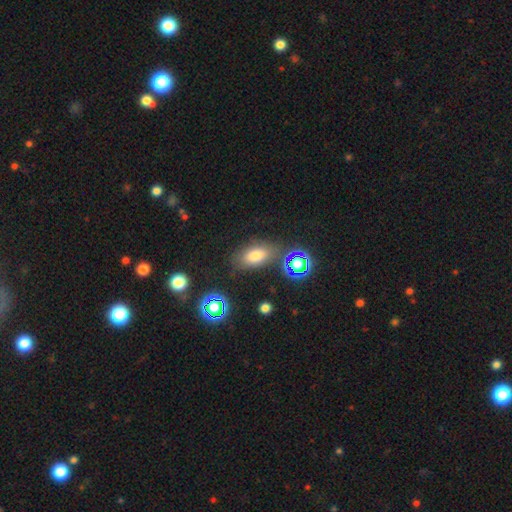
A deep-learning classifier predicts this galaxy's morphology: smooth-or-featured: smooth: 69% | star or artifact: 18% | featured or disk: 13%
  how-rounded: in between: 83% | round: 11% | cigar-shaped: 6%
  merging: none: 76% | minor disturbance: 13% | merger: 6% | major disturbance: 5%